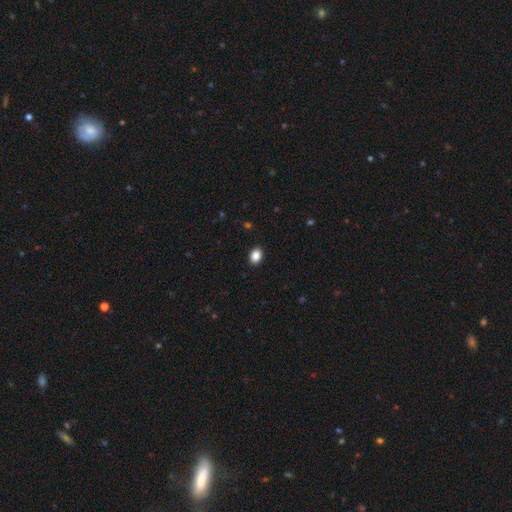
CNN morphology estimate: This is clearly a smooth galaxy (88%). How rounded: likely in between (71%). Merging: clearly none (91%).